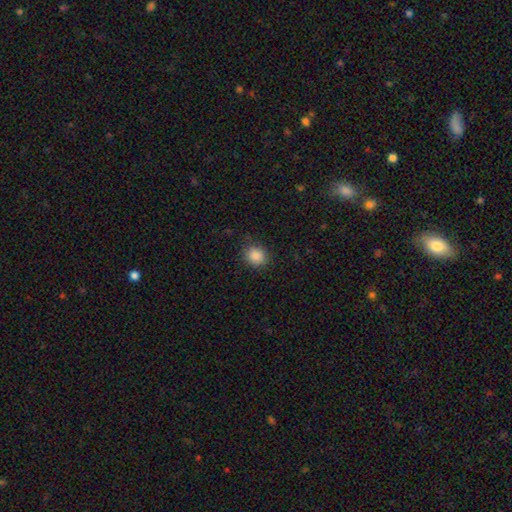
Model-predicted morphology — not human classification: Q: Smooth or featured?
A: smooth (87%); runner-up: star or artifact (9%)
Q: How rounded?
A: round (73%); runner-up: in between (26%)
Q: Merging?
A: none (84%); runner-up: minor disturbance (11%)